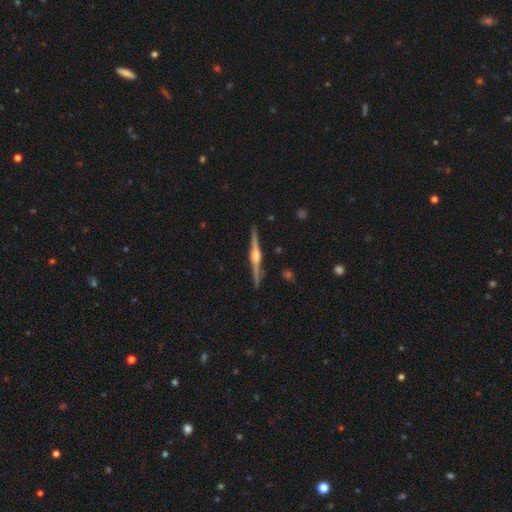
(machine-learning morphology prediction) Q: Smooth or featured?
A: featured or disk (83%); runner-up: smooth (11%)
Q: Edge-on disk?
A: yes (98%); runner-up: no (2%)
Q: Edge-on bulge?
A: rounded (86%); runner-up: boxy (10%)
Q: Merging?
A: none (90%); runner-up: minor disturbance (7%)